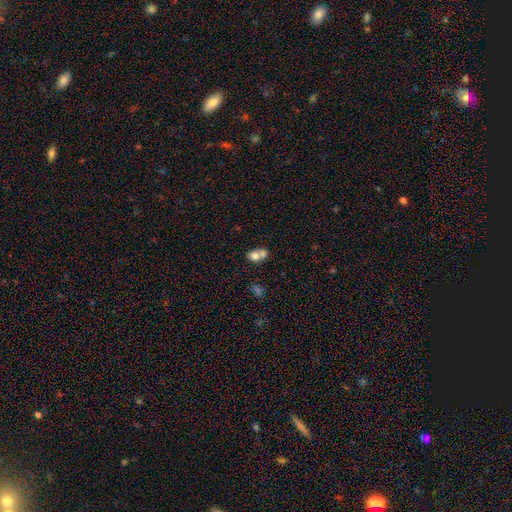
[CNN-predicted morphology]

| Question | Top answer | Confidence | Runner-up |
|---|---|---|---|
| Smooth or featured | smooth | 74% | featured or disk (17%) |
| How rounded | in between | 50% | round (49%) |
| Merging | merger | 65% | none (24%) |